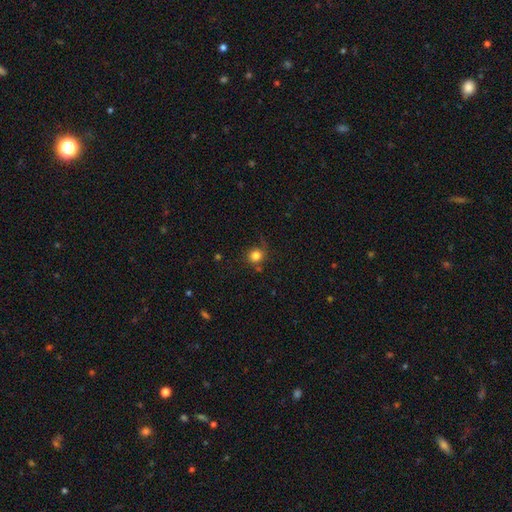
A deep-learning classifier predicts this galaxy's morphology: smooth-or-featured: smooth: 82% | star or artifact: 12% | featured or disk: 6%
  how-rounded: round: 87% | in between: 12% | cigar-shaped: 1%
  merging: none: 73% | minor disturbance: 17% | major disturbance: 6% | merger: 4%